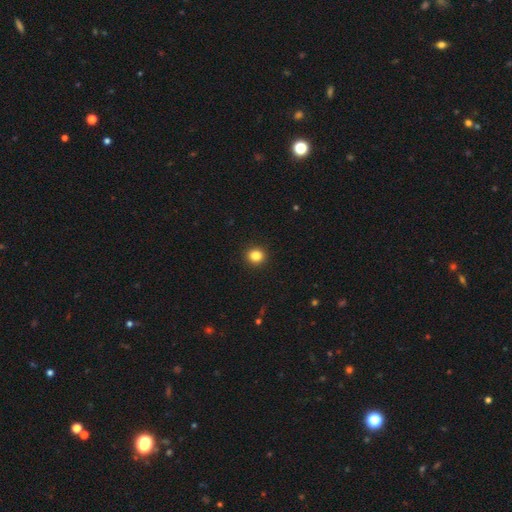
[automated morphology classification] Smooth or featured: smooth — 85% (star or artifact — 11%)
How rounded: round — 82% (in between — 17%)
Merging: none — 92% (minor disturbance — 5%)